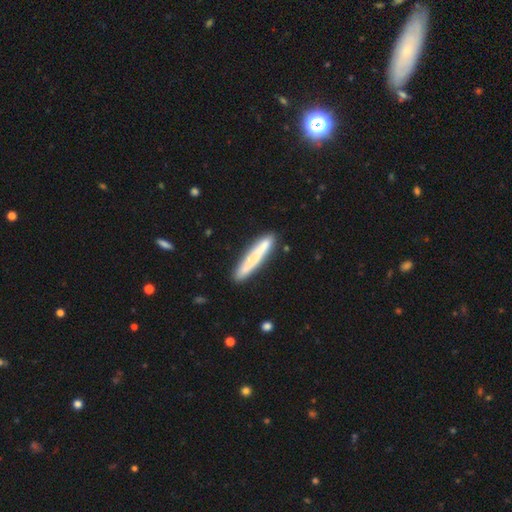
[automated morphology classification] Smooth or featured: smooth — 70% (featured or disk — 24%)
How rounded: cigar-shaped — 95% (in between — 4%)
Merging: none — 86% (minor disturbance — 10%)